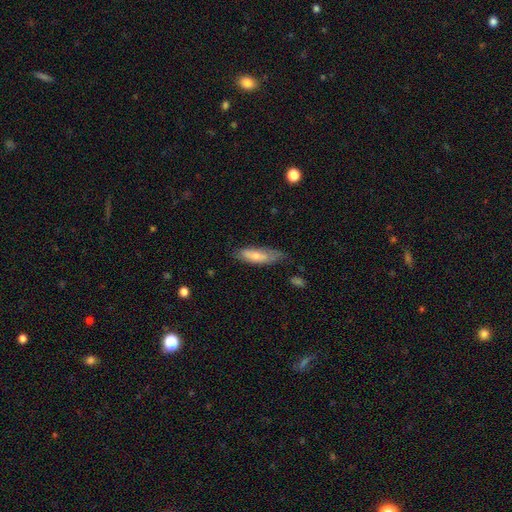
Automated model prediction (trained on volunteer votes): This is possibly a smooth galaxy (58%). How rounded: possibly cigar-shaped (52%). Merging: likely none (61%).